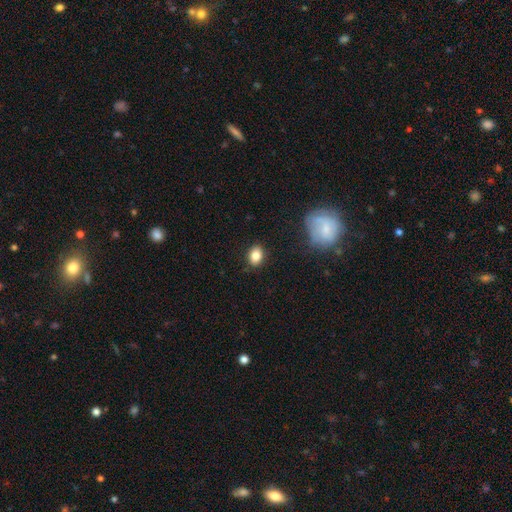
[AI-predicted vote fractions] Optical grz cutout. It shows a smooth galaxy with no disk features (84%) that is in between round and cigar-shaped (66%). Merging: none (87%).